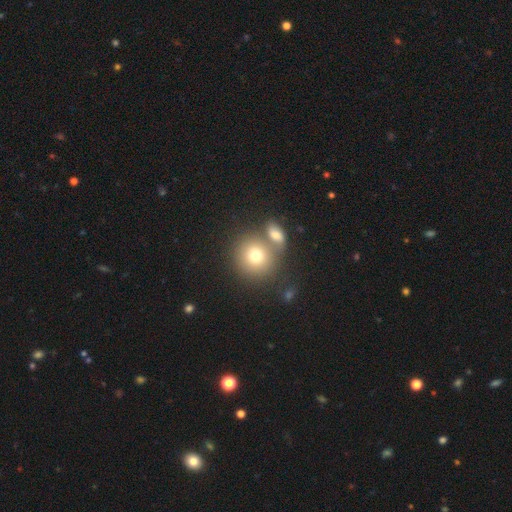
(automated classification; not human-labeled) This appears to be a smooth galaxy with no disk features (74%) that is round (87%). Merging: none (56%).